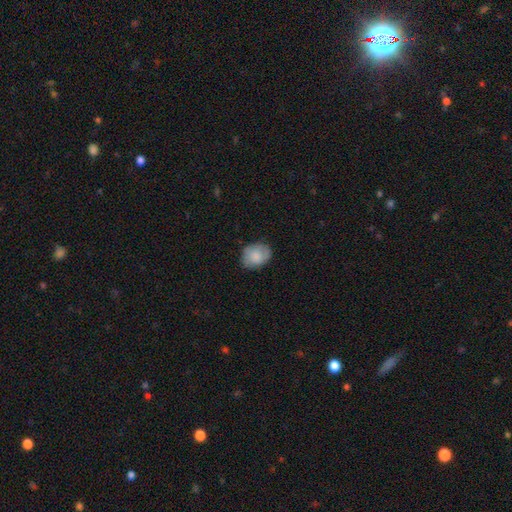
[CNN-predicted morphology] Smooth or featured? Predicted: smooth (p=0.79). How rounded? Predicted: in between (p=0.58). Merging? Predicted: none (p=0.76).